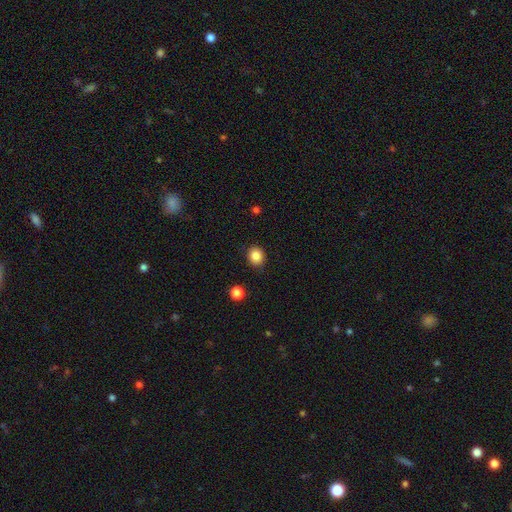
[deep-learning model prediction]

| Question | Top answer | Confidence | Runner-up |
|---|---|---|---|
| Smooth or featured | smooth | 85% | star or artifact (10%) |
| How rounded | round | 75% | in between (24%) |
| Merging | none | 89% | minor disturbance (8%) |